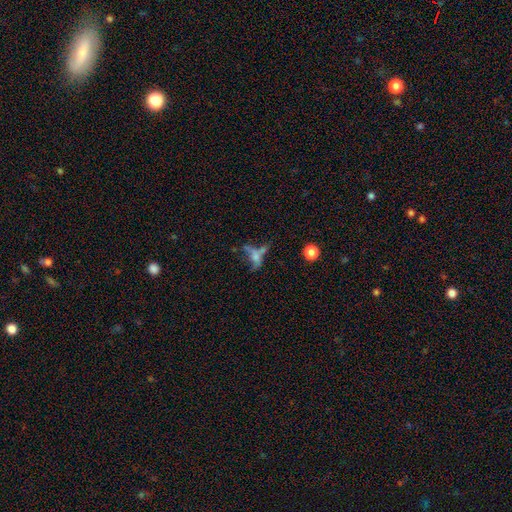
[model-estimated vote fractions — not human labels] smooth_or_featured: smooth (p=0.42) [alt: featured or disk p=0.40]
merging: merger (p=0.31) [alt: none p=0.30]